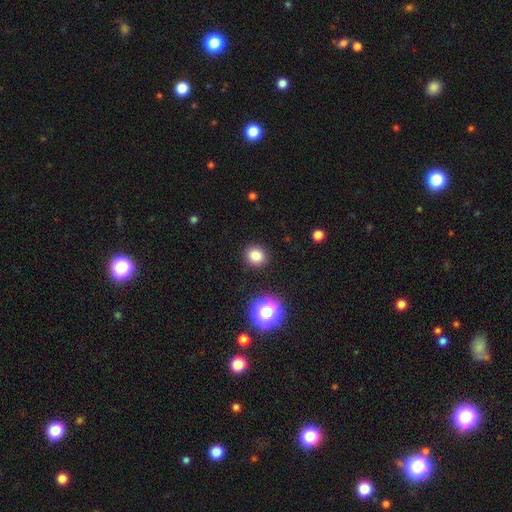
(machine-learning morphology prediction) Q: Smooth or featured?
A: smooth (81%); runner-up: star or artifact (13%)
Q: How rounded?
A: round (82%); runner-up: in between (17%)
Q: Merging?
A: none (90%); runner-up: minor disturbance (6%)